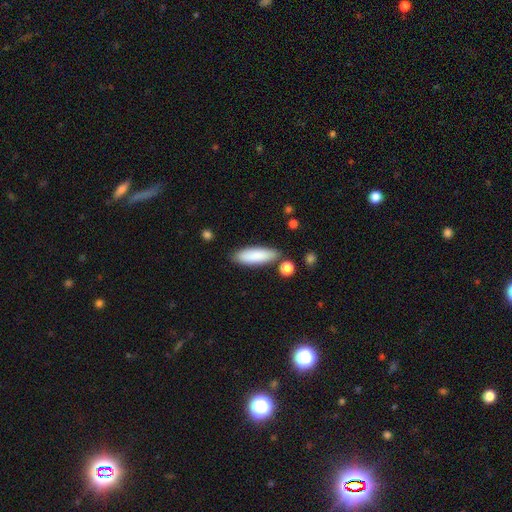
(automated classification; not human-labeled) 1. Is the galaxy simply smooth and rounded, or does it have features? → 86% smooth, 8% featured or disk, 6% star or artifact.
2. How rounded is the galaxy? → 55% in between, 43% cigar-shaped, 2% round.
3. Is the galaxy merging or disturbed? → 80% none, 12% minor disturbance, 5% merger, 3% major disturbance.